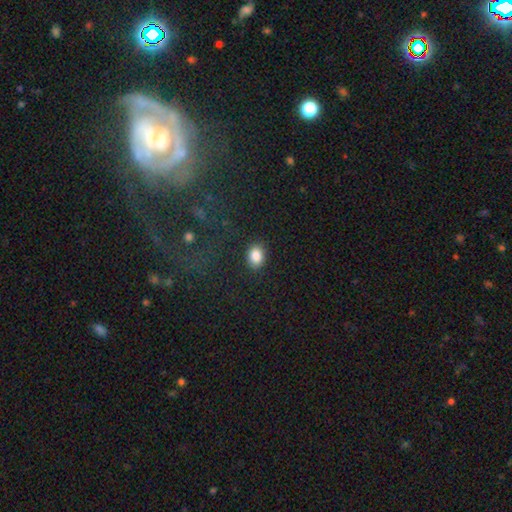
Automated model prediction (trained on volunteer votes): Smooth or featured?
  - smooth: 85% *
  - star or artifact: 9%
  - featured or disk: 6%
How rounded?
  - in between: 64% *
  - round: 35%
  - cigar-shaped: 1%
Merging?
  - none: 87% *
  - minor disturbance: 9%
  - major disturbance: 2%
  - merger: 1%